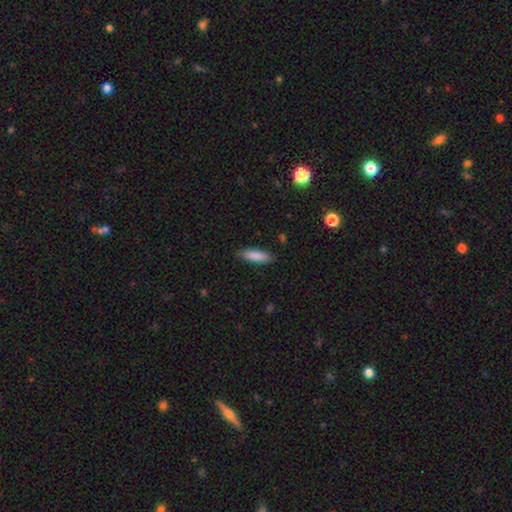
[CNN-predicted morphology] Overall: smooth (86%). How rounded: cigar-shaped (51%; in between 48%). Merging: none (87%).